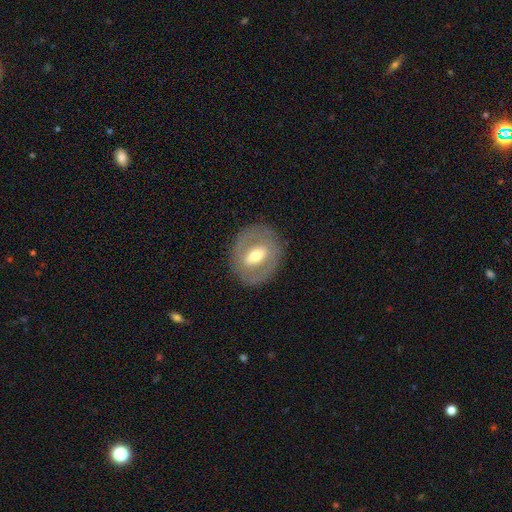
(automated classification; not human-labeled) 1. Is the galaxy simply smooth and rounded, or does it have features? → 62% featured or disk, 31% smooth, 7% star or artifact.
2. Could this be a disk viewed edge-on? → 90% no, 10% yes.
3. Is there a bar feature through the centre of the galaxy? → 44% strong, 36% weak, 20% no.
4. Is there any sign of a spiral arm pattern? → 74% no, 26% yes.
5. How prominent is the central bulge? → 64% moderate, 24% small, 10% large, 1% dominant, 1% none.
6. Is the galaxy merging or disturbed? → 83% none, 10% minor disturbance, 6% major disturbance, 1% merger.